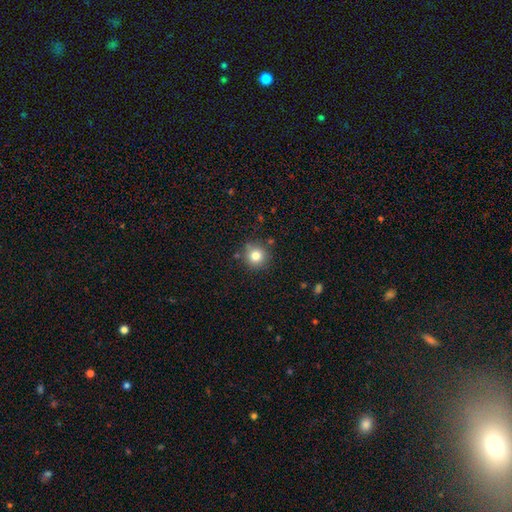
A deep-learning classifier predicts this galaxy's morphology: Smooth or featured: smooth — 80% (star or artifact — 12%)
How rounded: round — 93% (in between — 6%)
Merging: none — 84% (minor disturbance — 10%)